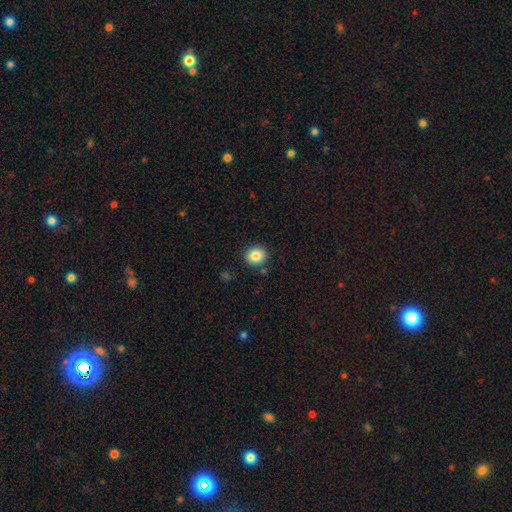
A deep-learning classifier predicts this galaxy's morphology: Q: Smooth or featured?
A: smooth (85%); runner-up: star or artifact (9%)
Q: How rounded?
A: round (75%); runner-up: in between (24%)
Q: Merging?
A: none (87%); runner-up: minor disturbance (8%)